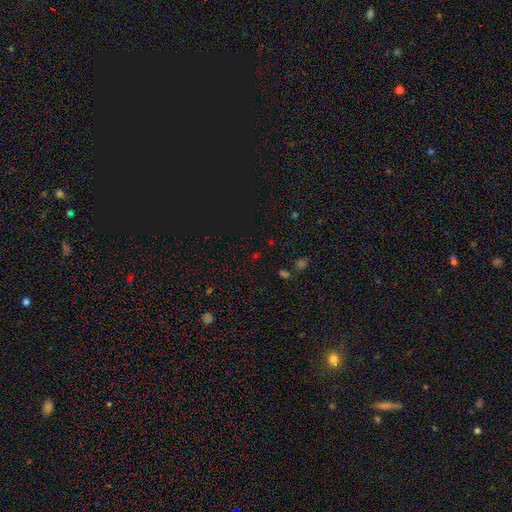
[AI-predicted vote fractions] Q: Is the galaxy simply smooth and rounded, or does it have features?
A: star or artifact — 59%.